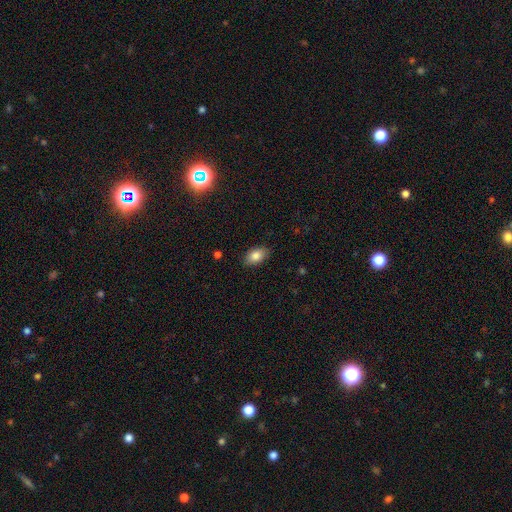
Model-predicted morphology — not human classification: The model was most divided on "merging": none: 86%, minor disturbance: 11%, major disturbance: 2%, merger: 1%. More confident: how rounded — in between (89%); smooth or featured — smooth (84%).